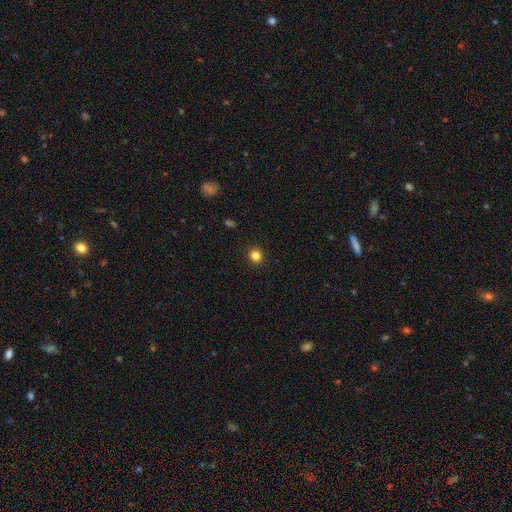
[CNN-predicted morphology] Smooth or featured? smooth (83%)
How rounded? round (91%)
Merging? none (92%)